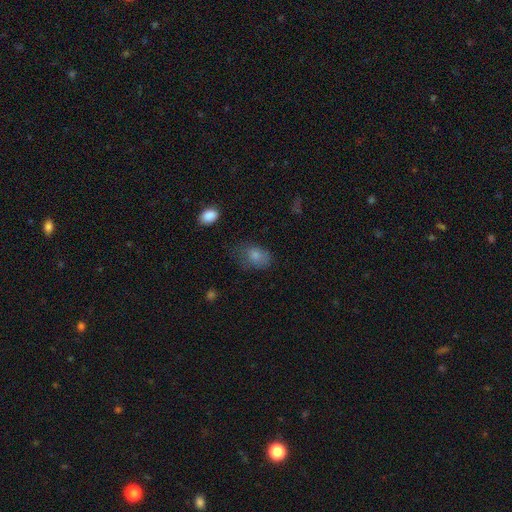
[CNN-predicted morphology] Smooth or featured? Predicted: smooth (p=0.80). How rounded? Predicted: in between (p=0.77). Merging? Predicted: none (p=0.53).